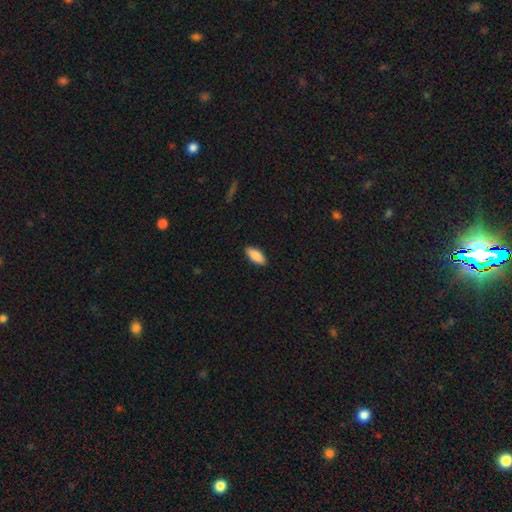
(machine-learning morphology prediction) Smooth or featured? smooth (88%)
How rounded? in between (82%)
Merging? none (90%)